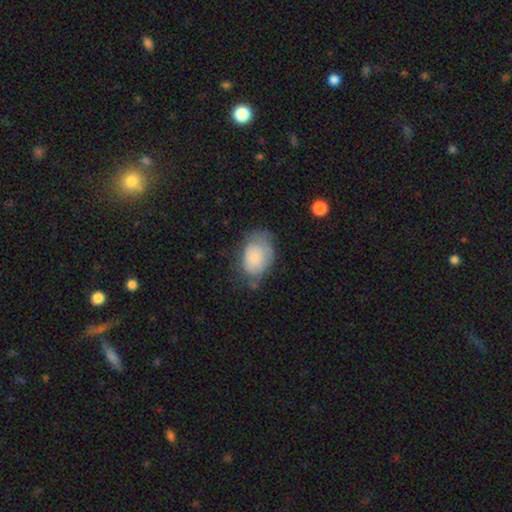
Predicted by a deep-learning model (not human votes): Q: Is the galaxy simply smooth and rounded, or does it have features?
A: smooth — 73%.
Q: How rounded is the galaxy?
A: in between — 82%.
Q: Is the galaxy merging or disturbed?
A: none — 41%.